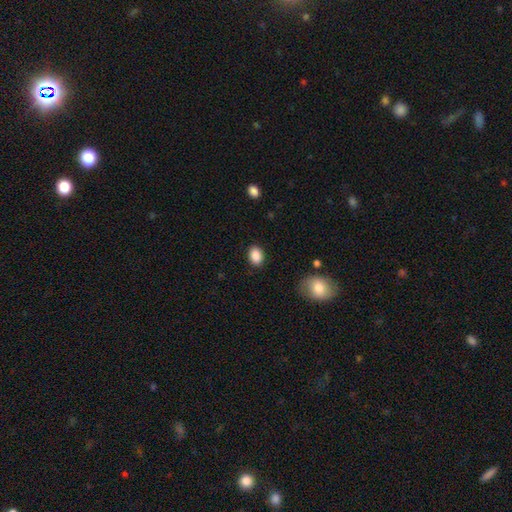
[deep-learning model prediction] A smooth galaxy with no disk features (88%) that is in between round and cigar-shaped (69%).

Vote fractions:
- Smooth or featured? smooth: 88% / star or artifact: 8% / featured or disk: 3%
- How rounded? in between: 69% / round: 30% / cigar-shaped: 1%
- Merging? none: 86% / minor disturbance: 10% / major disturbance: 3% / merger: 1%